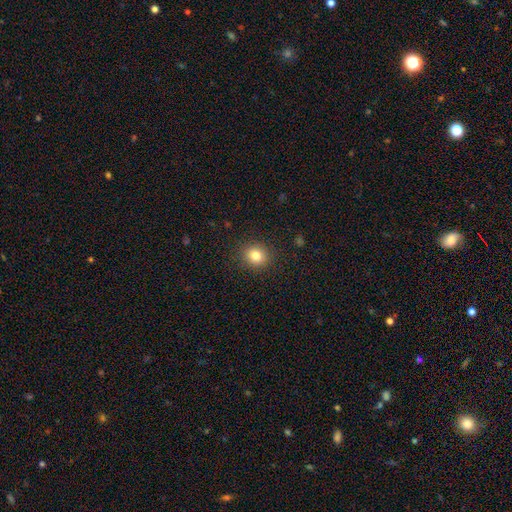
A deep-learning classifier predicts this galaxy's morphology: This is clearly a smooth galaxy (82%). How rounded: likely round (75%). Merging: clearly none (89%).